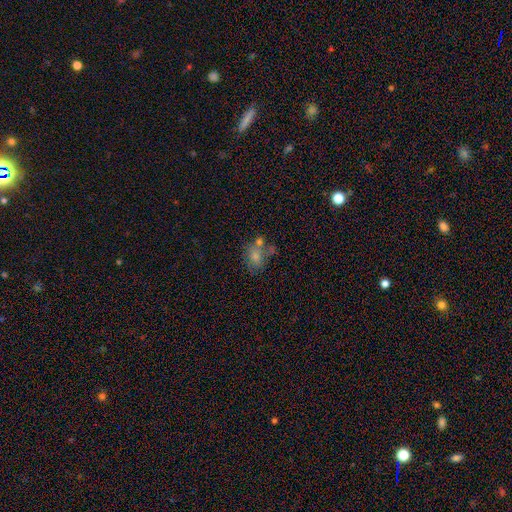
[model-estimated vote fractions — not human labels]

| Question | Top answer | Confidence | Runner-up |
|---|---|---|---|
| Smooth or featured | smooth | 67% | featured or disk (21%) |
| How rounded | in between | 61% | round (37%) |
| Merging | none | 38% | merger (32%) |